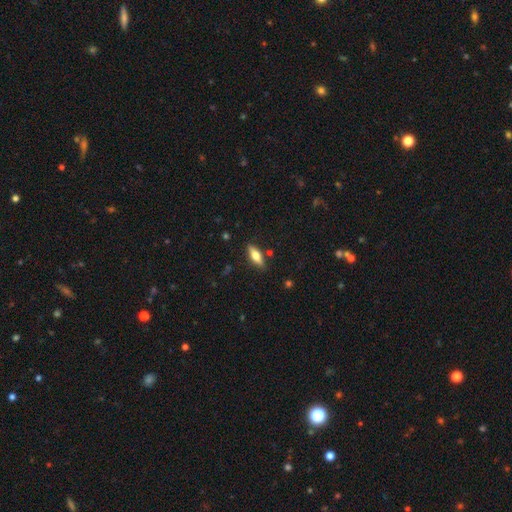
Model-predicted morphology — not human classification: This is likely a smooth galaxy (65%). How rounded: likely in between (65%). Merging: clearly none (84%).